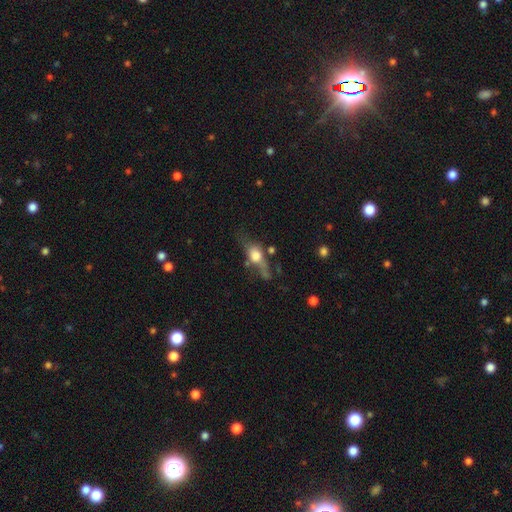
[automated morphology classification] Overall: smooth (49%; featured or disk 41%). Merging: none (40%; major disturbance 26%).